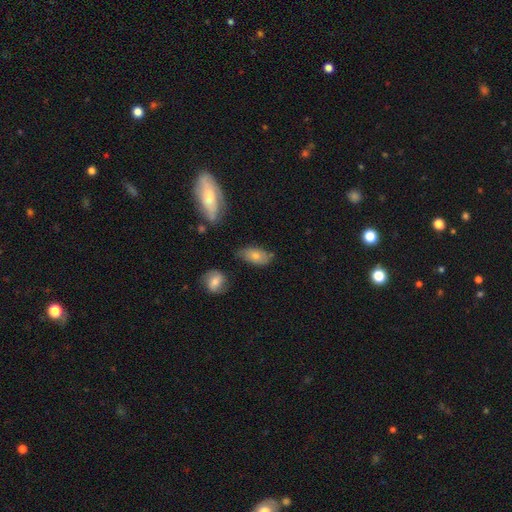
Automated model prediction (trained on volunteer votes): Smooth or featured?
  - smooth: 73% *
  - featured or disk: 19%
  - star or artifact: 8%
How rounded?
  - in between: 90% *
  - cigar-shaped: 5%
  - round: 4%
Merging?
  - none: 64% *
  - minor disturbance: 25%
  - major disturbance: 6%
  - merger: 5%